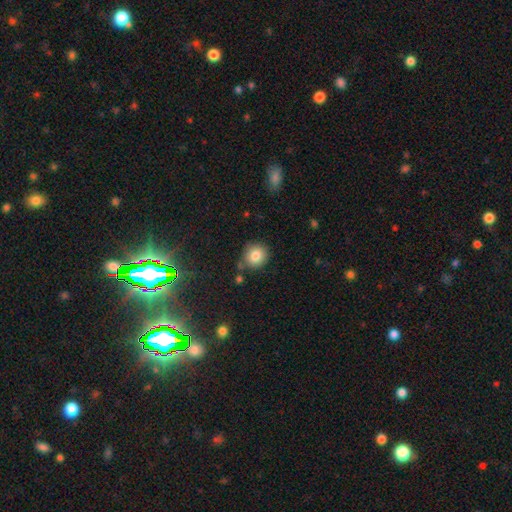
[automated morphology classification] Smooth or featured?
  - smooth: 83% *
  - star or artifact: 10%
  - featured or disk: 8%
How rounded?
  - round: 86% *
  - in between: 13%
  - cigar-shaped: 1%
Merging?
  - none: 78% *
  - minor disturbance: 12%
  - merger: 6%
  - major disturbance: 3%